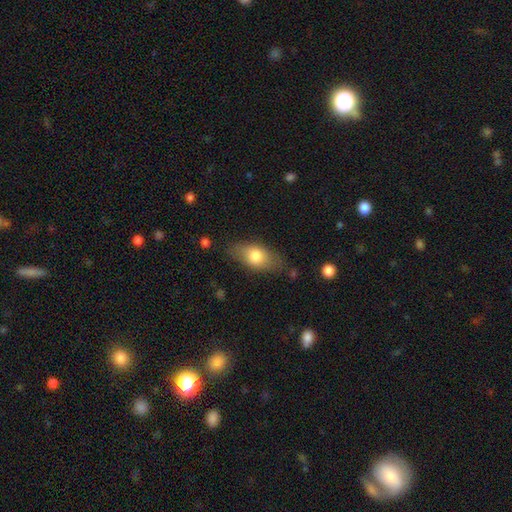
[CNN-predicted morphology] The model was most divided on "smooth or featured": smooth: 74%, featured or disk: 19%, star or artifact: 7%. More confident: how rounded — in between (85%); merging — none (74%).